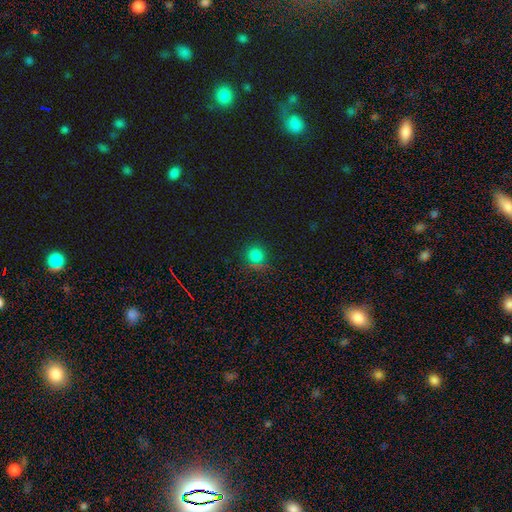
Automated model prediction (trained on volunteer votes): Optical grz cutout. It shows a smooth galaxy with no disk features (78%) that is round (90%). Merging: none (80%).